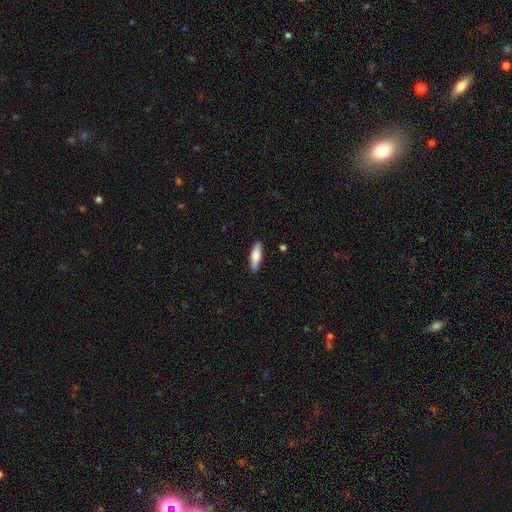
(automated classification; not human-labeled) Smooth or featured: smooth — 78% (featured or disk — 17%)
How rounded: in between — 51% (cigar-shaped — 48%)
Merging: none — 87% (minor disturbance — 10%)